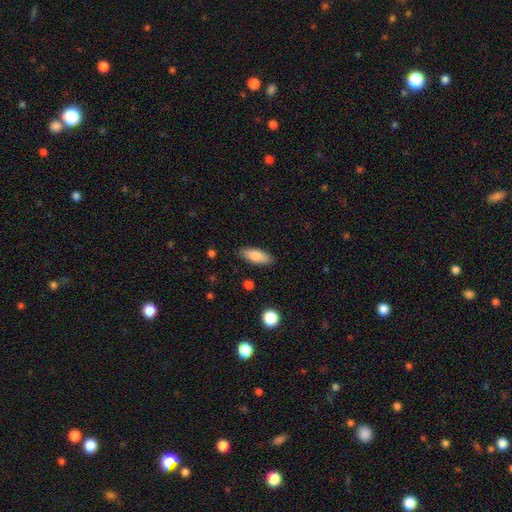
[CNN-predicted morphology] This appears to be a smooth galaxy with no disk features (80%) that is in between round and cigar-shaped (73%). Merging: none (87%).